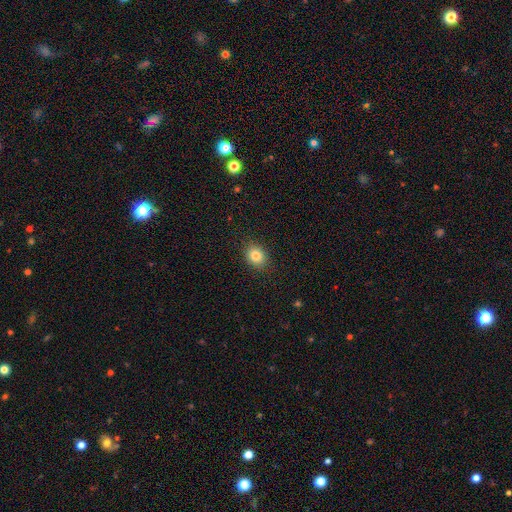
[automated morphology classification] smooth-or-featured: smooth: 83% | star or artifact: 10% | featured or disk: 7%
  how-rounded: round: 53% | in between: 46% | cigar-shaped: 1%
  merging: none: 88% | minor disturbance: 8% | major disturbance: 2% | merger: 1%